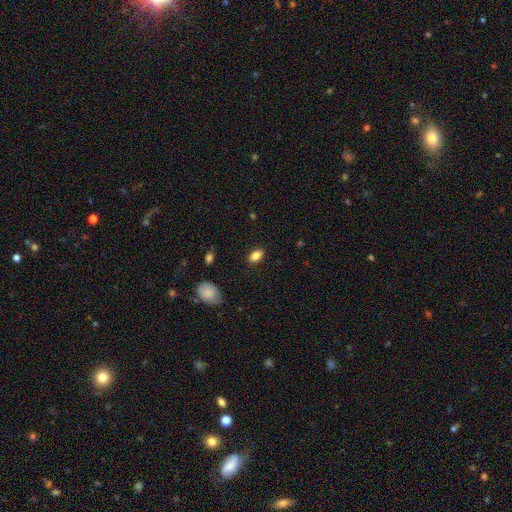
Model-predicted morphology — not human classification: smooth_or_featured: smooth (p=0.84) [alt: star or artifact p=0.09]
how_rounded: in between (p=0.88) [alt: round p=0.08]
merging: none (p=0.86) [alt: minor disturbance p=0.10]